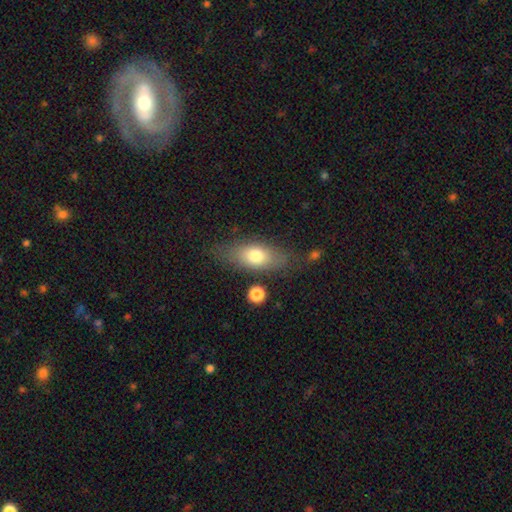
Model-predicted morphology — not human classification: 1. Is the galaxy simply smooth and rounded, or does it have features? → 71% smooth, 21% featured or disk, 8% star or artifact.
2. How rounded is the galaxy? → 77% in between, 15% cigar-shaped, 8% round.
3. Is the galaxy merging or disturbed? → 71% none, 18% minor disturbance, 7% major disturbance, 4% merger.